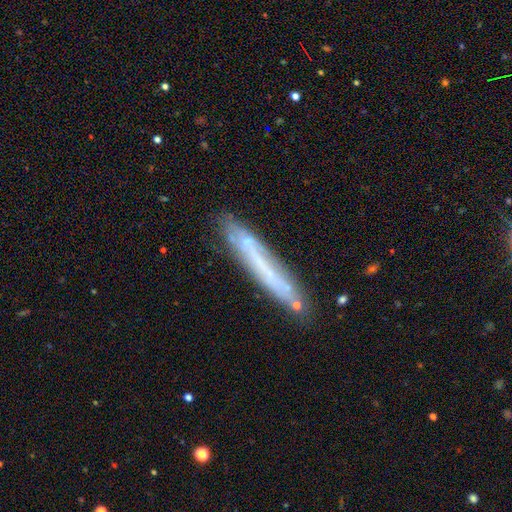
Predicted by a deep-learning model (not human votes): This is possibly a smooth galaxy (46%). Merging: clearly none (80%).